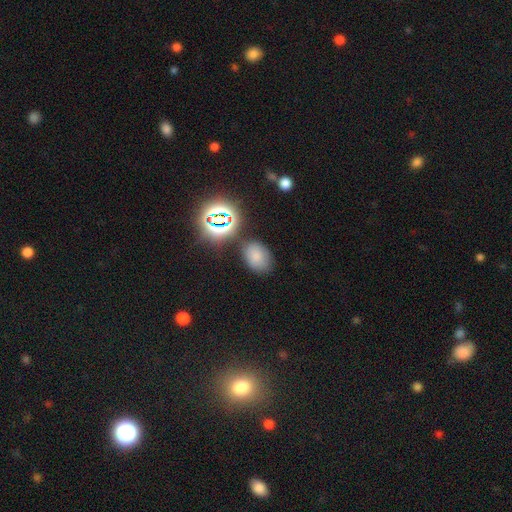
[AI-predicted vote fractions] Morphology: type=smooth (70%); roundness=in between (76%); merging=none (74%).